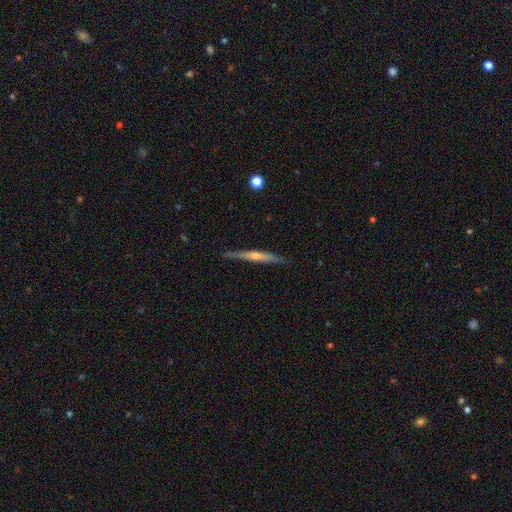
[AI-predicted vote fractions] smooth_or_featured: featured or disk (p=0.73) [alt: smooth p=0.21]
disk_edge_on: yes (p=0.98) [alt: no p=0.02]
edge_on_bulge: rounded (p=0.73) [alt: none p=0.20]
merging: none (p=0.88) [alt: minor disturbance p=0.09]